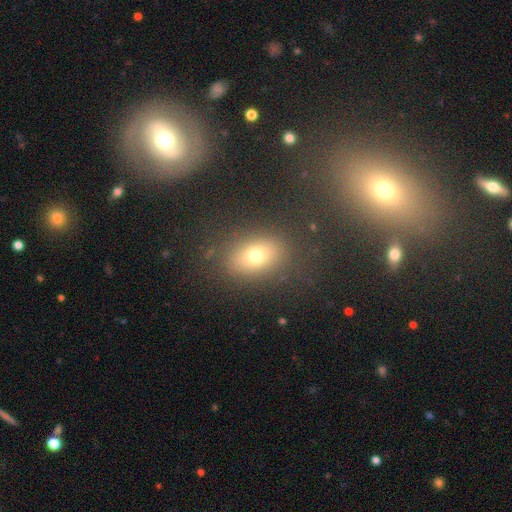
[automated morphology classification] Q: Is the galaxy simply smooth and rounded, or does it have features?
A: smooth — 70%.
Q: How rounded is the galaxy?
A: in between — 77%.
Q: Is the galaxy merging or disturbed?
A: none — 81%.